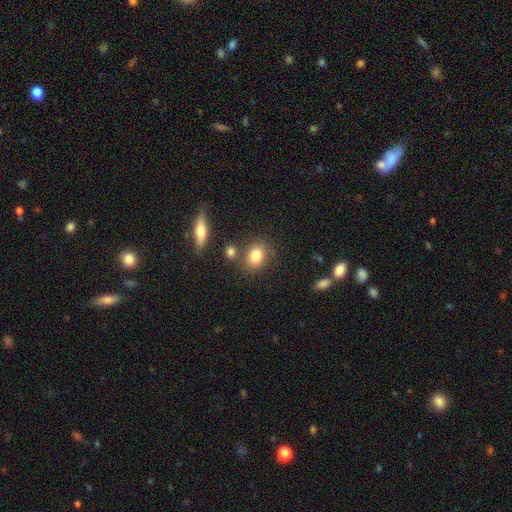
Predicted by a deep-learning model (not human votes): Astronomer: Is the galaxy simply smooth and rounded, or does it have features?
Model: smooth — 82%.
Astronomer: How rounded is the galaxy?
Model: in between — 62%.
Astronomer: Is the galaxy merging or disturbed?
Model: none — 72%.